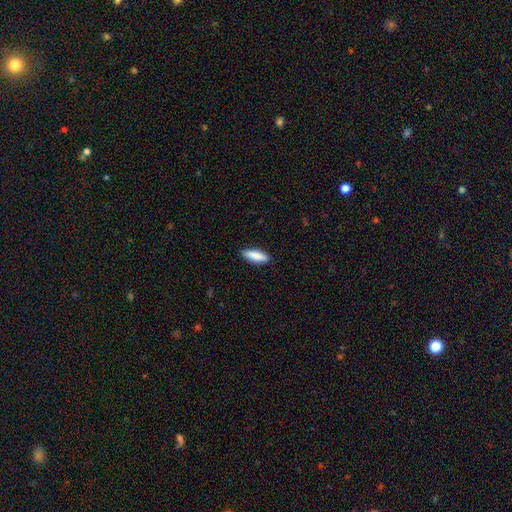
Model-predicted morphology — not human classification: type=smooth (86%); roundness=cigar-shaped (51%); merging=none (89%).